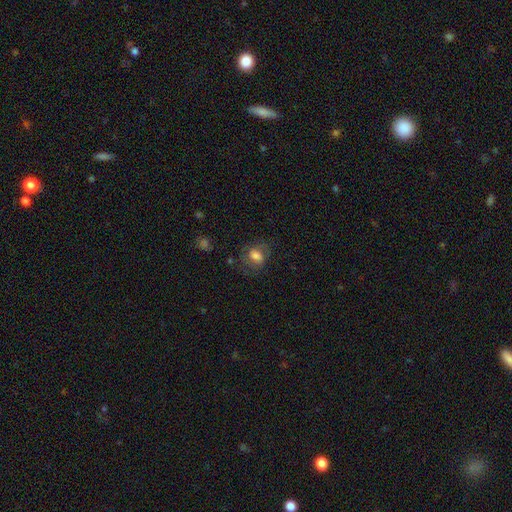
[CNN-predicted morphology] A smooth galaxy with no disk features (60%) that is in between round and cigar-shaped (59%). Merging: none (61%).